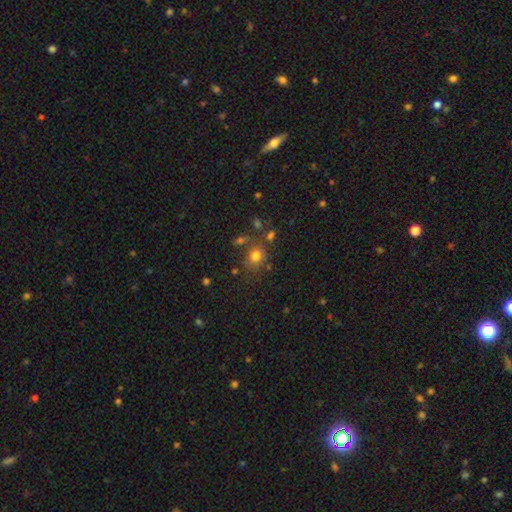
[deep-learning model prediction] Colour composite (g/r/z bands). It shows a smooth galaxy with no disk features (74%) that is round (69%). Merging: none (63%).